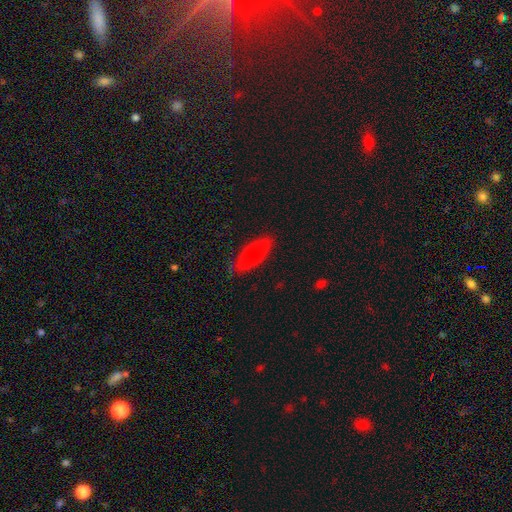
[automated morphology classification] This is likely a smooth galaxy (69%). How rounded: likely in between (60%). Merging: clearly none (84%).